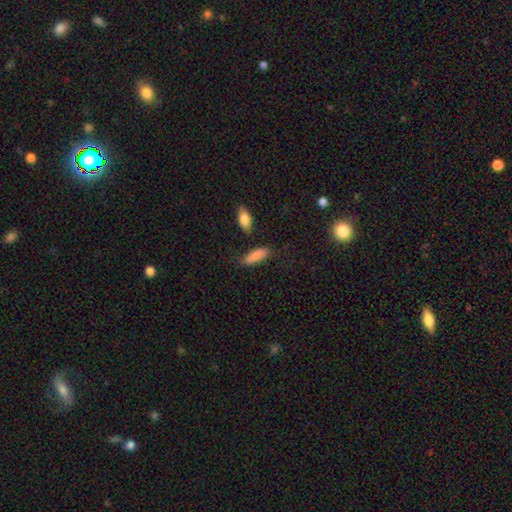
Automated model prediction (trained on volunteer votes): Smooth or featured? Predicted: smooth (p=0.85). How rounded? Predicted: in between (p=0.59). Merging? Predicted: none (p=0.70).